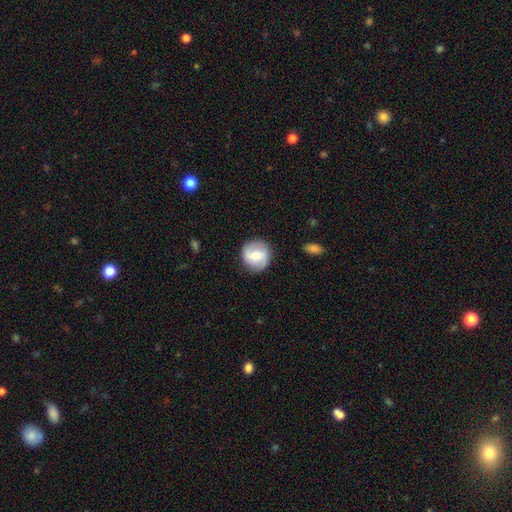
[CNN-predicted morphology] Smooth or featured?
  - featured or disk: 50% *
  - smooth: 44%
  - star or artifact: 7%
Merging?
  - none: 85% *
  - minor disturbance: 10%
  - major disturbance: 3%
  - merger: 1%